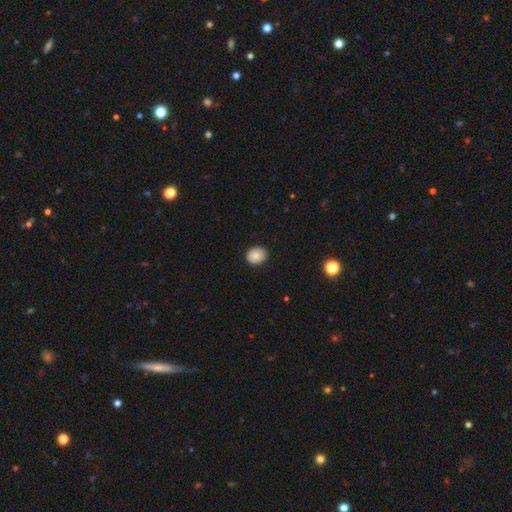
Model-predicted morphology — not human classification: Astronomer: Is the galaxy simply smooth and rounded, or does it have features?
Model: smooth — 85%.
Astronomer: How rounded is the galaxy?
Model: round — 58% (runner-up: in between, 41%).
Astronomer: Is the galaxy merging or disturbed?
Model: none — 88%.